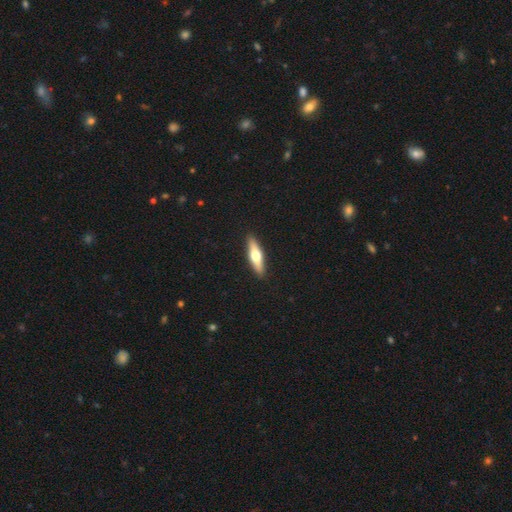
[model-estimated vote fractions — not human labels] Smooth or featured: smooth — 49% (featured or disk — 46%)
Merging: none — 91% (minor disturbance — 6%)